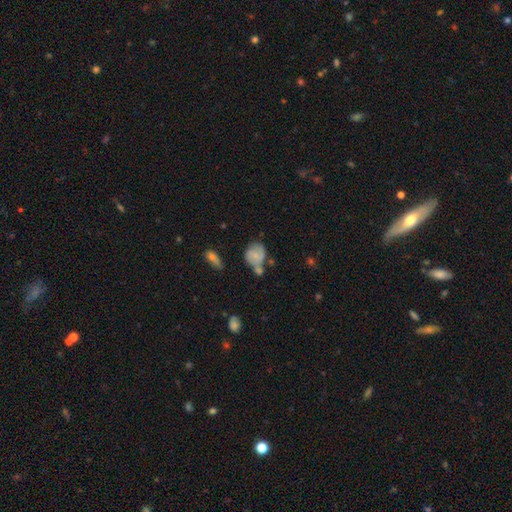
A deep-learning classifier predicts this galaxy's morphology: Smooth or featured? smooth (57%)
How rounded? round (53%)
Merging? none (35%)